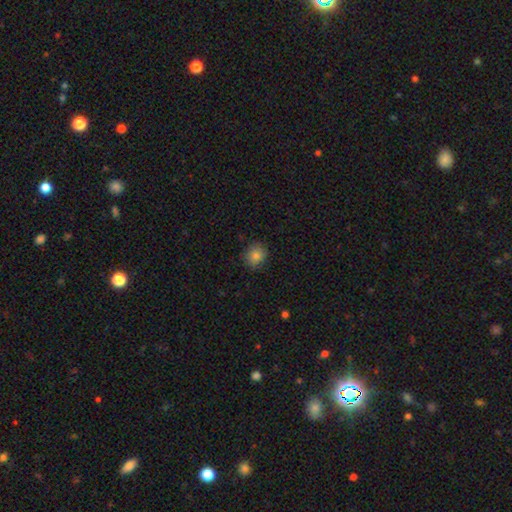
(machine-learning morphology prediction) A smooth galaxy with no disk features (82%) that is round (75%). Merging: none (86%).